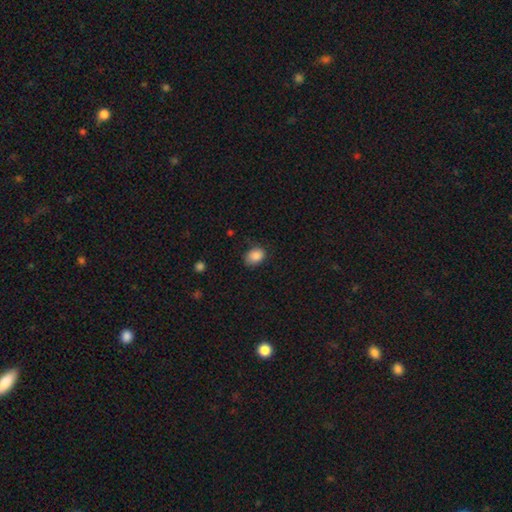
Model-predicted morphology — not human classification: smooth 87%, star or artifact 9%, featured or disk 4%. Down the decision tree: how rounded — in between (68%); merging — none (72%).